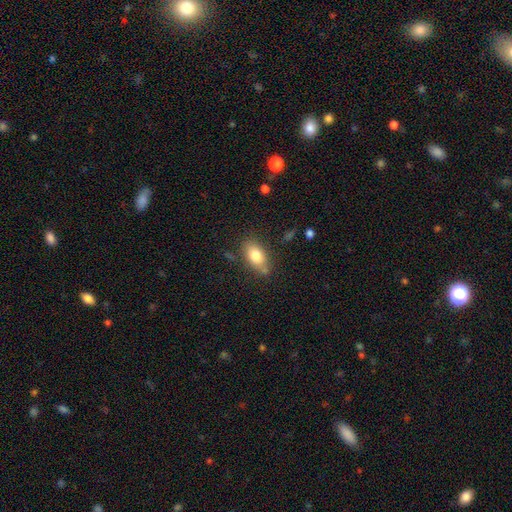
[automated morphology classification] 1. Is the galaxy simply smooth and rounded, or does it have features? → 78% smooth, 14% featured or disk, 8% star or artifact.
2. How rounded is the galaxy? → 87% in between, 7% round, 5% cigar-shaped.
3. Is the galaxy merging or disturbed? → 73% none, 18% minor disturbance, 5% merger, 4% major disturbance.